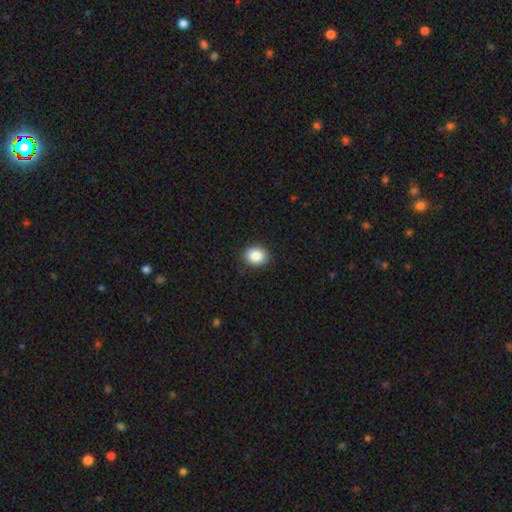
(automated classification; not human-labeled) Smooth or featured: smooth — 87% (star or artifact — 9%)
How rounded: round — 61% (in between — 38%)
Merging: none — 89% (minor disturbance — 8%)